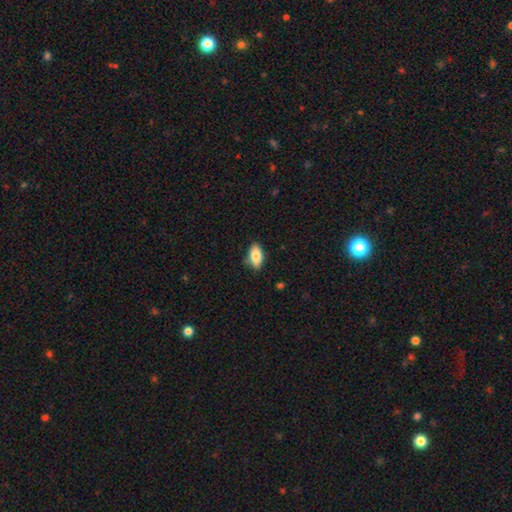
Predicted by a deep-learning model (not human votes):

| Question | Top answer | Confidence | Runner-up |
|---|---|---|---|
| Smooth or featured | smooth | 82% | featured or disk (11%) |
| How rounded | in between | 90% | cigar-shaped (7%) |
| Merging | none | 84% | minor disturbance (12%) |